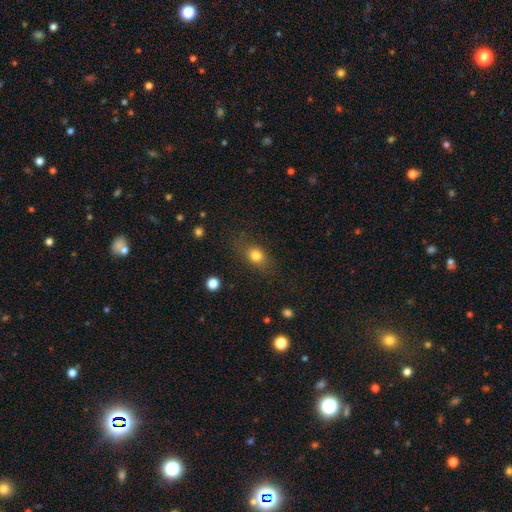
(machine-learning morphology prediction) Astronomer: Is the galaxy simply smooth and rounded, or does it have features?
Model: smooth — 79%.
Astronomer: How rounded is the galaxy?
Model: in between — 56% (runner-up: round, 40%).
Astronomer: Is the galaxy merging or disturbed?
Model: none — 73%.